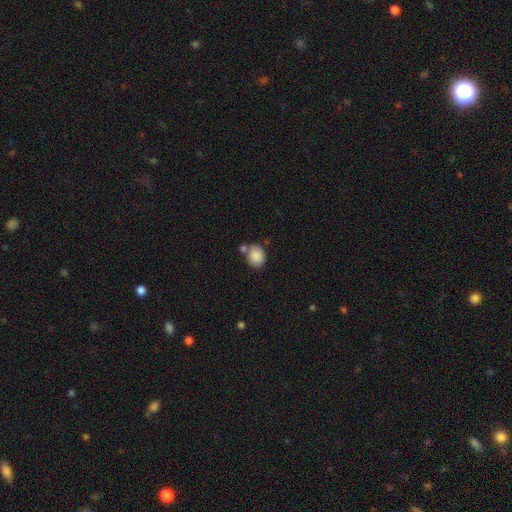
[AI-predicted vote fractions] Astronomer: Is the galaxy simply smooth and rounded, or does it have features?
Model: smooth — 87%.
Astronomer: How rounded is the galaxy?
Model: round — 56% (runner-up: in between, 43%).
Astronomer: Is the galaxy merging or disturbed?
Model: none — 62%.